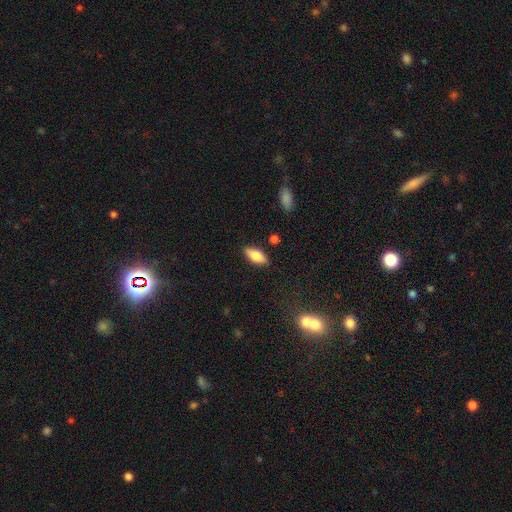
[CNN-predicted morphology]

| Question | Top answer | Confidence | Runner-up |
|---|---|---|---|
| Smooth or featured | smooth | 74% | featured or disk (19%) |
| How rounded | in between | 78% | cigar-shaped (20%) |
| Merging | none | 86% | minor disturbance (10%) |